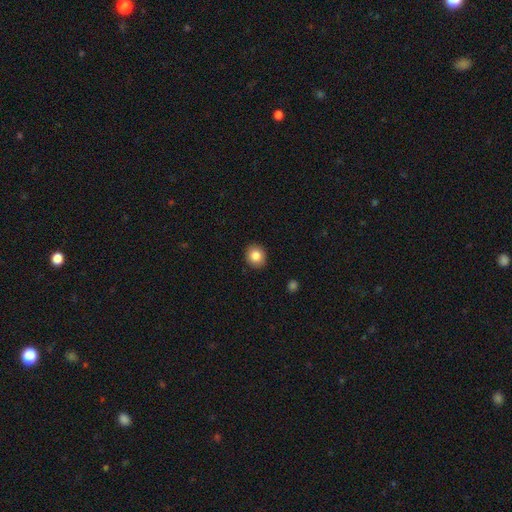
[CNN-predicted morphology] Overall: smooth (84%). How rounded: round (81%). Merging: none (90%).